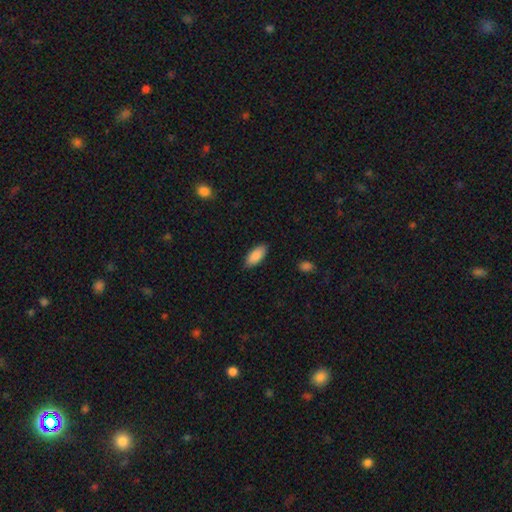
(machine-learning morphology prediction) Overall: smooth (89%). How rounded: in between (89%). Merging: none (85%).